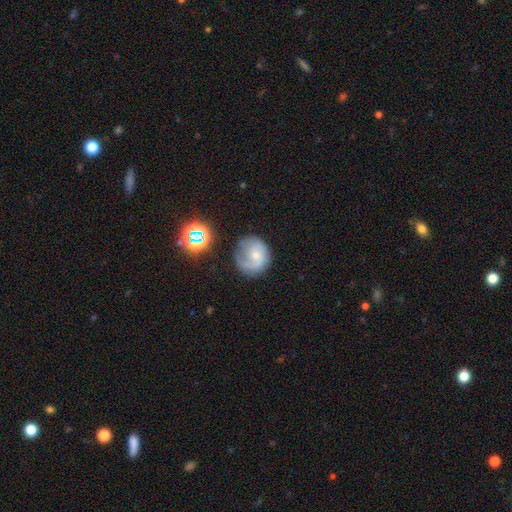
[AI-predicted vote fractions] This is possibly a featured or disk galaxy (48%). Merging: possibly none (55%).